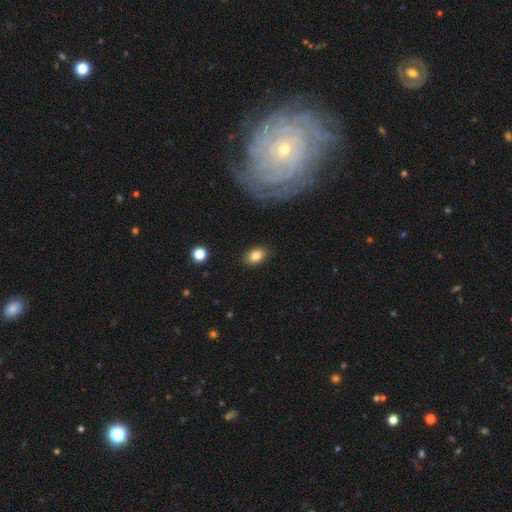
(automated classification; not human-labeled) smooth-or-featured: smooth: 84% | star or artifact: 9% | featured or disk: 8%
  how-rounded: in between: 84% | round: 15% | cigar-shaped: 1%
  merging: none: 87% | minor disturbance: 9% | major disturbance: 2% | merger: 1%